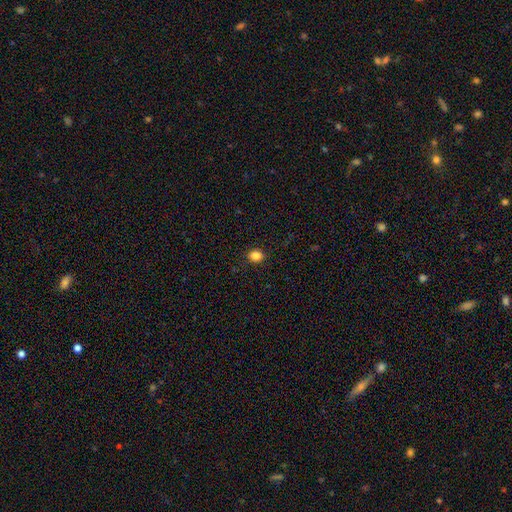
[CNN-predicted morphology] smooth_or_featured: smooth (p=0.85) [alt: star or artifact p=0.11]
how_rounded: round (p=0.64) [alt: in between p=0.35]
merging: none (p=0.90) [alt: minor disturbance p=0.07]